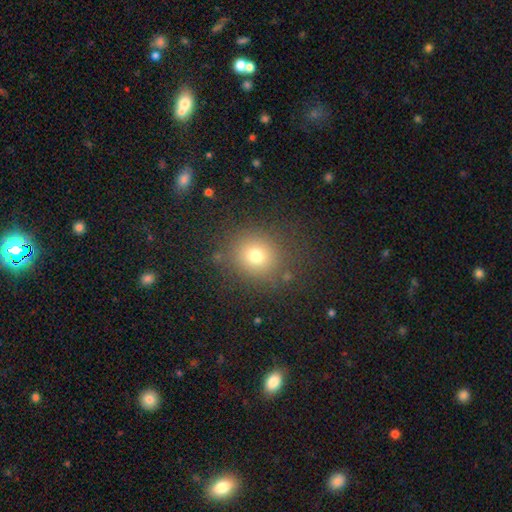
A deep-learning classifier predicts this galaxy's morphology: This appears to be a smooth galaxy with no disk features (73%) that is round (84%). Merging: none (83%).